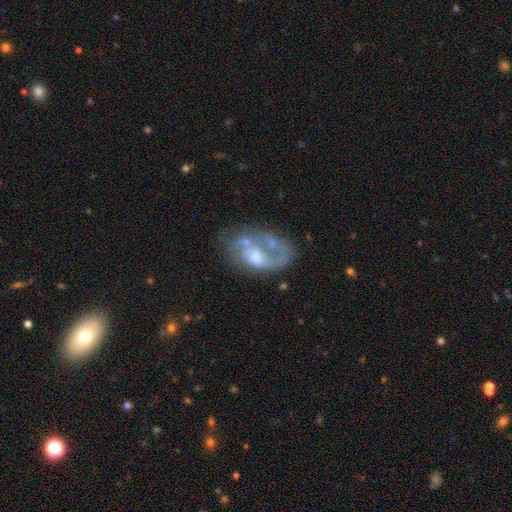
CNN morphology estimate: Q: Smooth or featured?
A: featured or disk (72%); runner-up: smooth (20%)
Q: Edge-on disk?
A: no (97%); runner-up: yes (3%)
Q: Bar?
A: no (66%); runner-up: weak (30%)
Q: Spiral arms?
A: yes (71%); runner-up: no (29%)
Q: Bulge size?
A: moderate (50%); runner-up: small (27%)
Q: Merging?
A: none (40%); runner-up: major disturbance (27%)